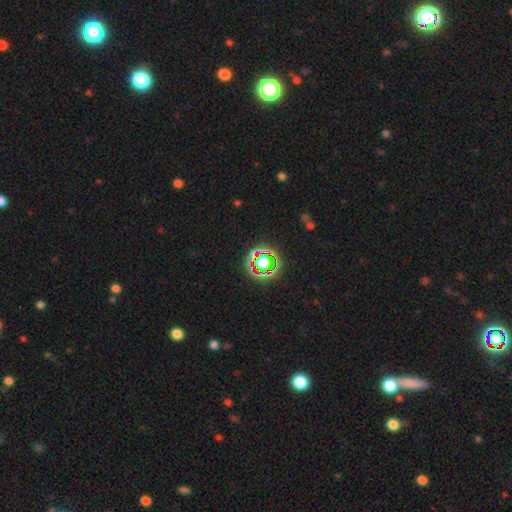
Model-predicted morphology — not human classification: type=star or artifact (76%).